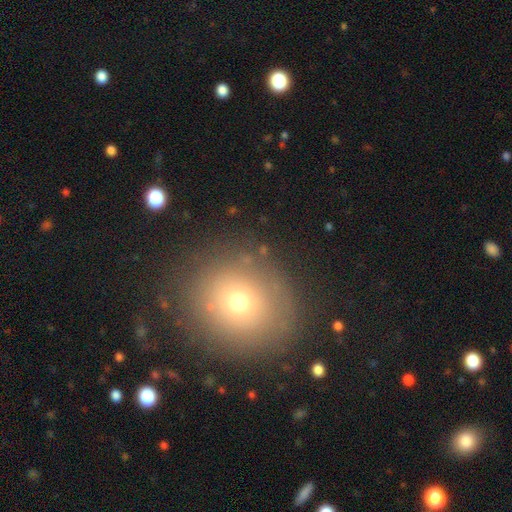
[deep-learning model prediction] This appears to be a smooth galaxy with no disk features (65%) that is round (80%). Merging: none (84%).